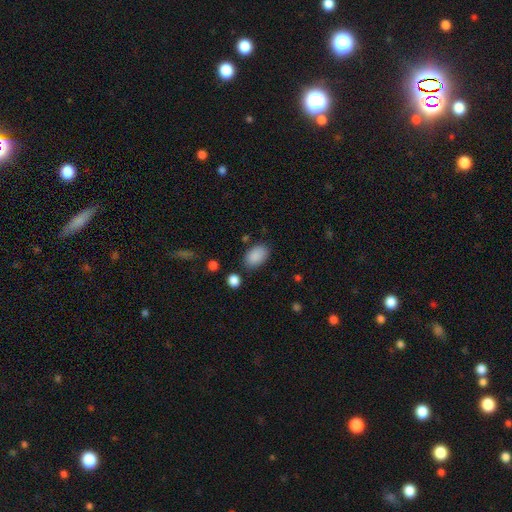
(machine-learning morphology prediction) Overall: smooth (89%). How rounded: in between (90%). Merging: none (81%).